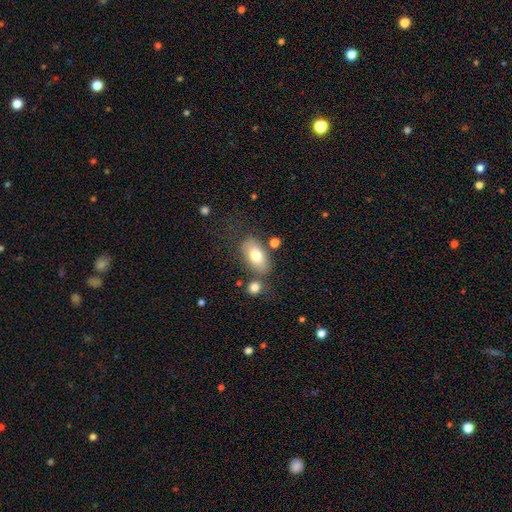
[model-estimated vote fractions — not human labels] A smooth galaxy with no disk features (74%) that is in between round and cigar-shaped (91%).

Vote fractions:
- Smooth or featured? smooth: 74% / featured or disk: 19% / star or artifact: 7%
- How rounded? in between: 91% / round: 6% / cigar-shaped: 3%
- Merging? none: 69% / minor disturbance: 14% / merger: 11% / major disturbance: 5%